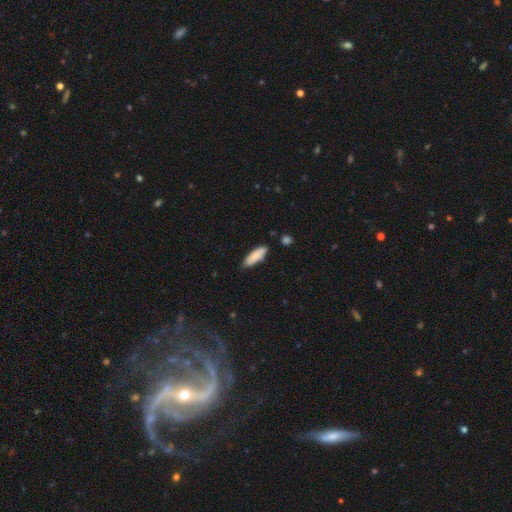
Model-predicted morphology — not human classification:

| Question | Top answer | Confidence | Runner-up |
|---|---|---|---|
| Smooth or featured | smooth | 86% | featured or disk (8%) |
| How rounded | cigar-shaped | 50% | in between (48%) |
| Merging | none | 76% | minor disturbance (18%) |